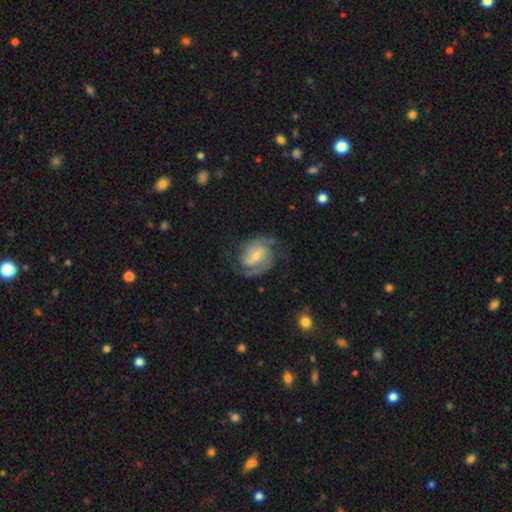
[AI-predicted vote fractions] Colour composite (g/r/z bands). It shows a featured or disk galaxy (81%) with a weak bar (49%), 2 (74%) medium (47%) spiral arms (94%) and a small central bulge (52%). Merging: none (68%).